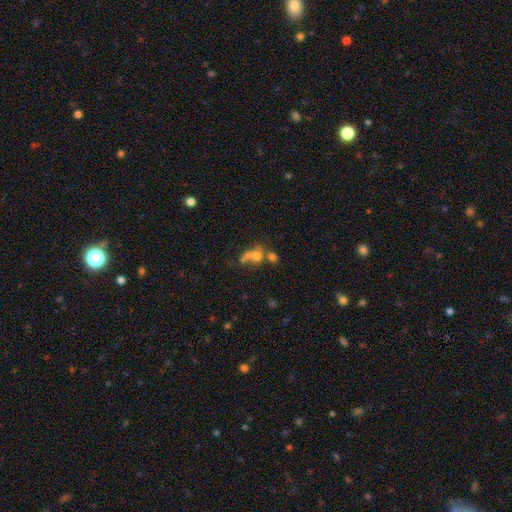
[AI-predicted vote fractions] smooth 55%, featured or disk 24%, star or artifact 20%. Down the decision tree: how rounded — round (67%); merging — merger (55%).